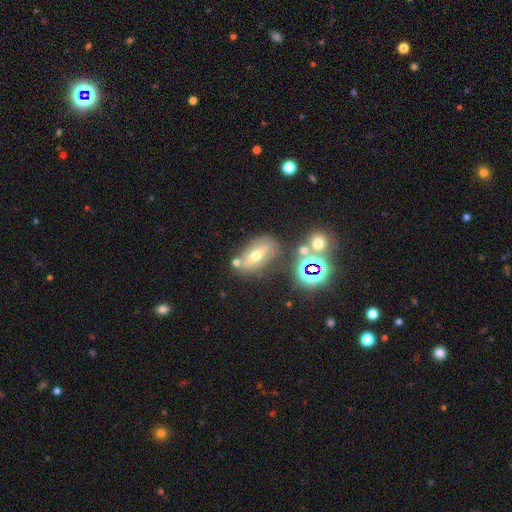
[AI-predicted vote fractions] Morphology: type=smooth (41%); merging=none (66%).